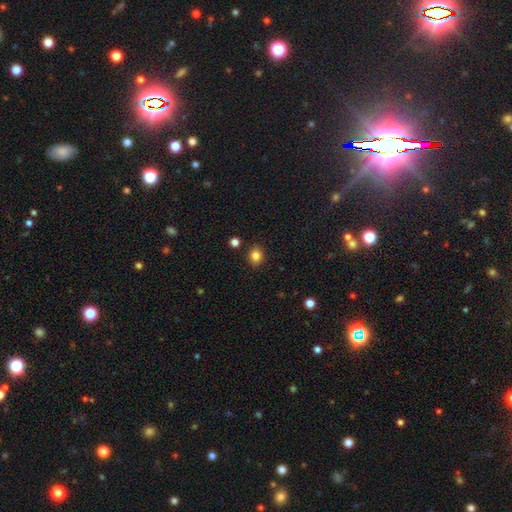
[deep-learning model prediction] smooth_or_featured: smooth (p=0.84) [alt: star or artifact p=0.12]
how_rounded: round (p=0.67) [alt: in between p=0.32]
merging: none (p=0.88) [alt: minor disturbance p=0.08]